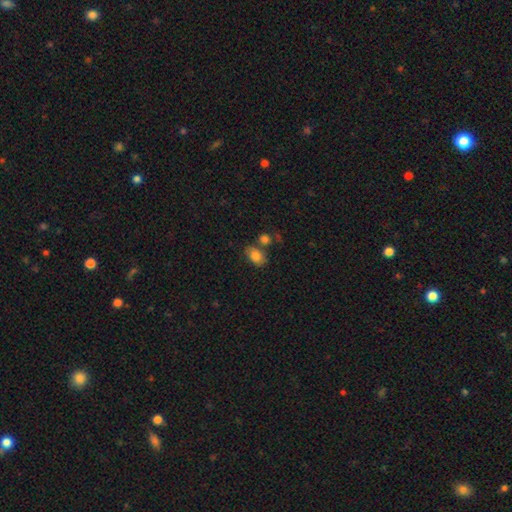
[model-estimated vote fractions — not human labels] Morphology: type=smooth (82%); roundness=in between (82%); merging=none (59%).